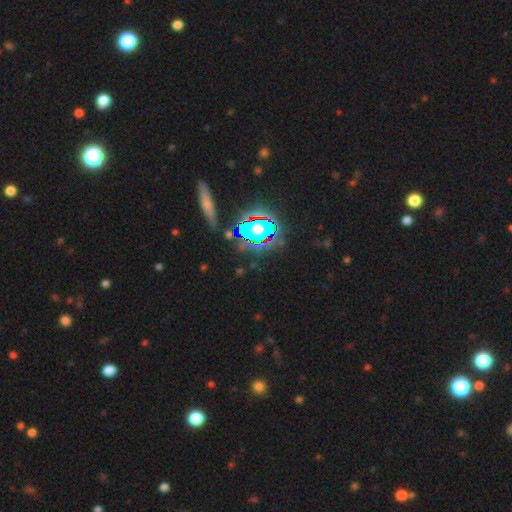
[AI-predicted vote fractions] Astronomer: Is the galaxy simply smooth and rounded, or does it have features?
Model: star or artifact — 73%.